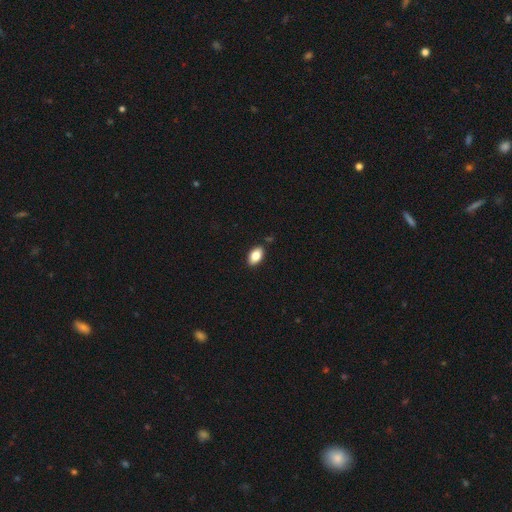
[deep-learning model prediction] Morphology: type=smooth (84%); roundness=in between (92%); merging=none (87%).